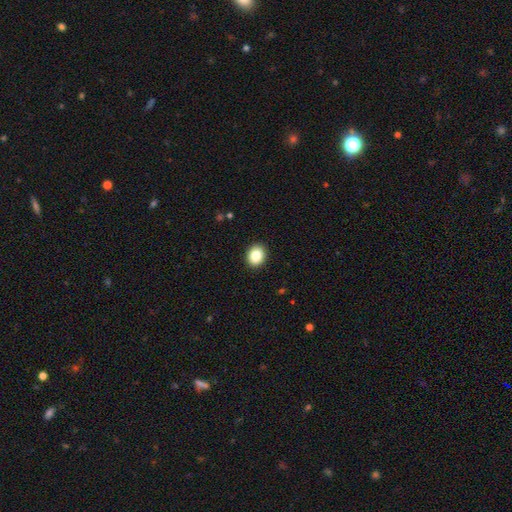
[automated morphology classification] This is clearly a smooth galaxy (85%). How rounded: possibly round (60%). Merging: clearly none (92%).